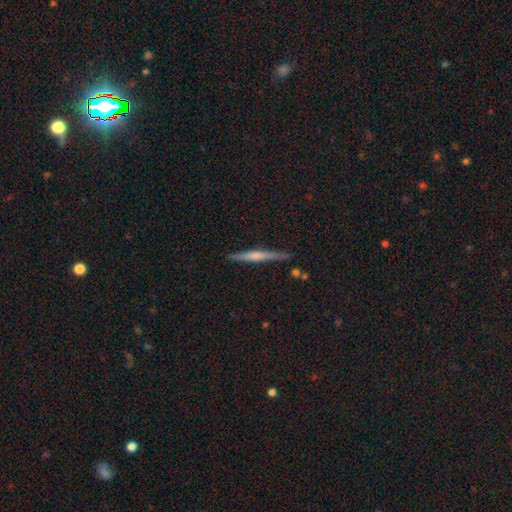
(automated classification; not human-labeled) Smooth or featured? Predicted: featured or disk (p=0.59). Edge-on disk? Predicted: yes (p=0.98). Edge-on bulge? Predicted: rounded (p=0.52). Merging? Predicted: none (p=0.87).